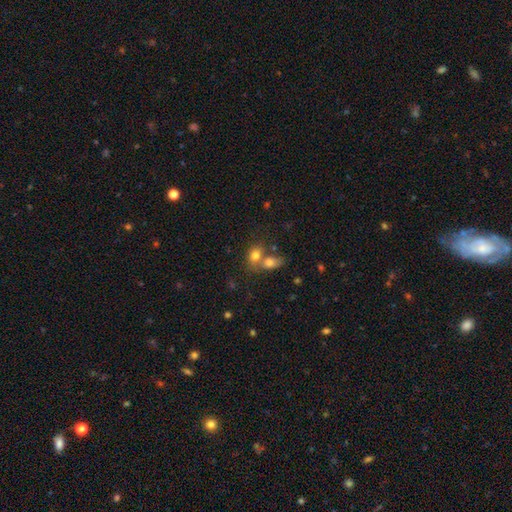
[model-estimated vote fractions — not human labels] The model was most divided on "merging": merger: 53%, none: 34%, minor disturbance: 8%, major disturbance: 4%. More confident: smooth or featured — smooth (78%); how rounded — in between (67%).